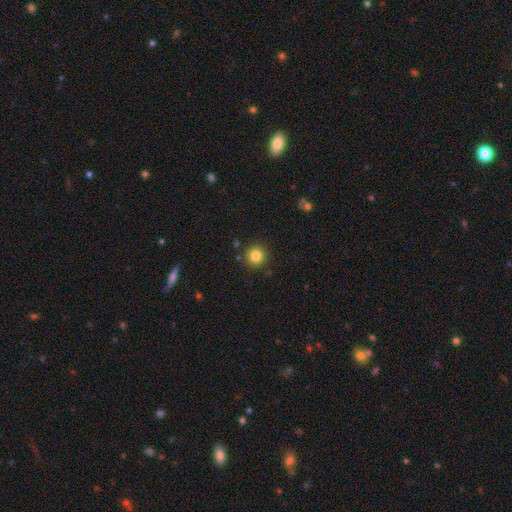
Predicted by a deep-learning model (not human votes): This appears to be a smooth galaxy with no disk features (83%) that is round (94%). Merging: none (89%).